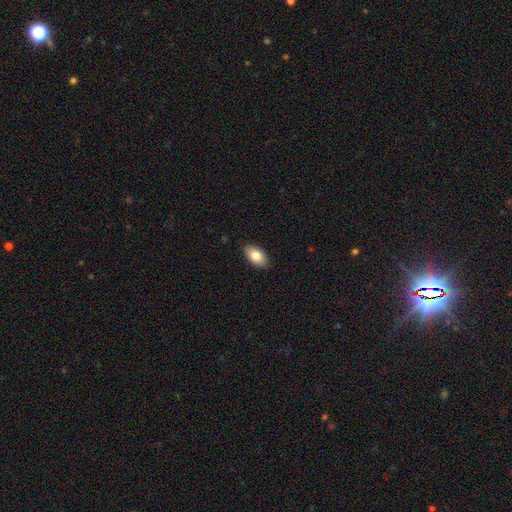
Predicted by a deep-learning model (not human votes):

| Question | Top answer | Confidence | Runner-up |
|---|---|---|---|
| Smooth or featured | smooth | 81% | featured or disk (12%) |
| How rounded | in between | 93% | round (5%) |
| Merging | none | 88% | minor disturbance (9%) |